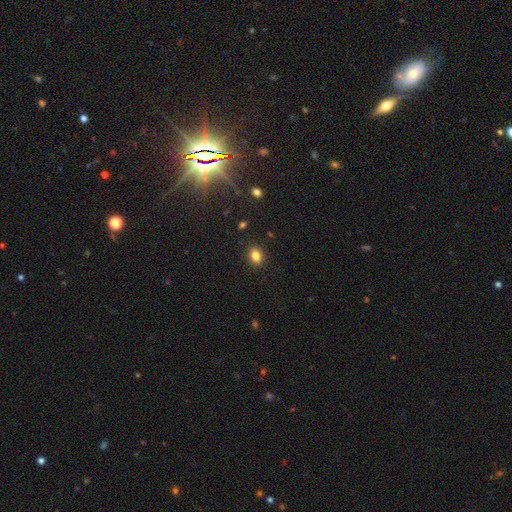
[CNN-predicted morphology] The model was most divided on "how rounded": in between: 64%, round: 35%, cigar-shaped: 1%. More confident: merging — none (89%); smooth or featured — smooth (84%).